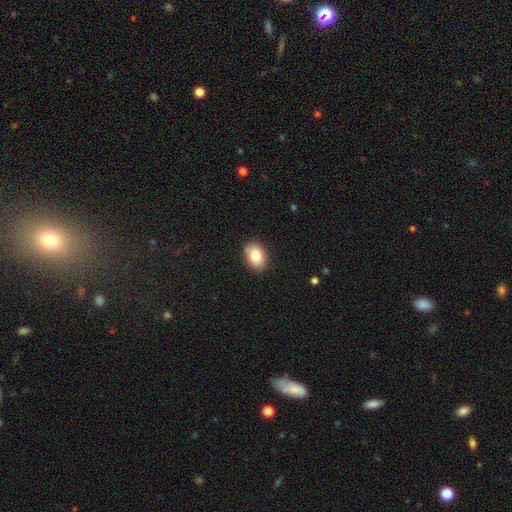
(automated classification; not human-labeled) This is clearly a smooth galaxy (82%). How rounded: likely in between (77%). Merging: clearly none (86%).